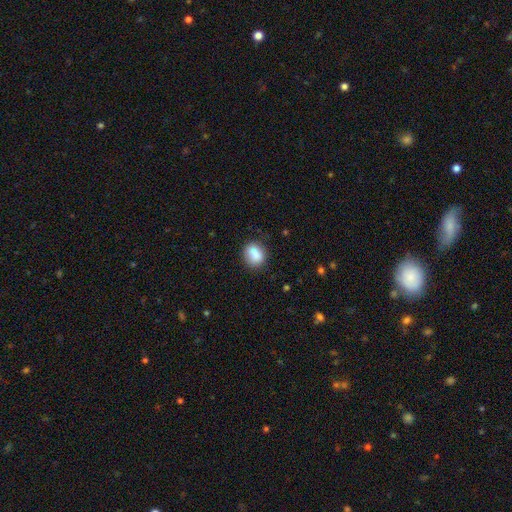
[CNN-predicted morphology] A smooth galaxy with no disk features (84%) that is in between round and cigar-shaped (51%).

Vote fractions:
- Smooth or featured? smooth: 84% / star or artifact: 8% / featured or disk: 8%
- How rounded? in between: 51% / round: 48% / cigar-shaped: 2%
- Merging? none: 72% / minor disturbance: 18% / major disturbance: 5% / merger: 5%